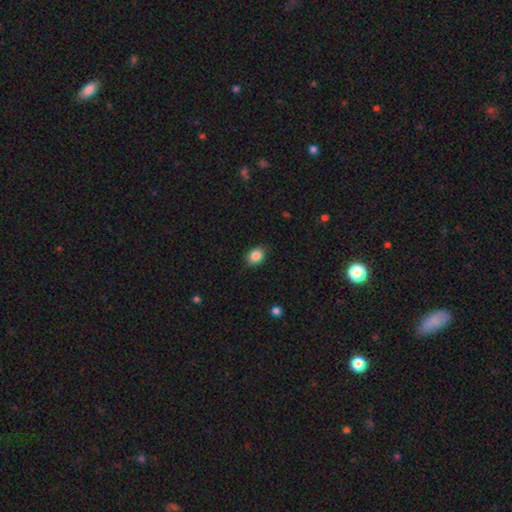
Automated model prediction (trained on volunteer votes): Smooth or featured? smooth (86%)
How rounded? in between (66%)
Merging? none (86%)